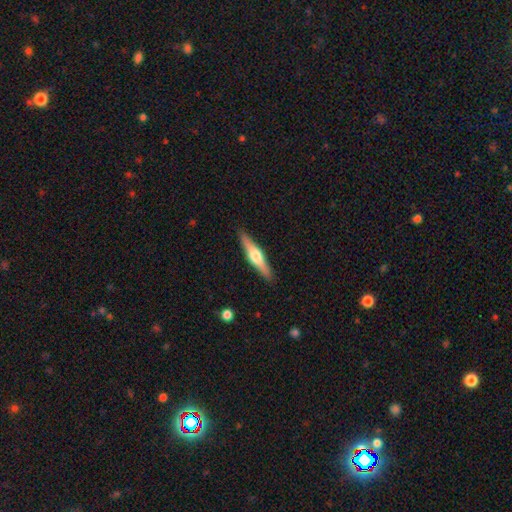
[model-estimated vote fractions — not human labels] Q: Smooth or featured?
A: featured or disk (57%); runner-up: smooth (38%)
Q: Edge-on disk?
A: yes (96%); runner-up: no (4%)
Q: Edge-on bulge?
A: rounded (90%); runner-up: boxy (6%)
Q: Merging?
A: none (90%); runner-up: minor disturbance (7%)